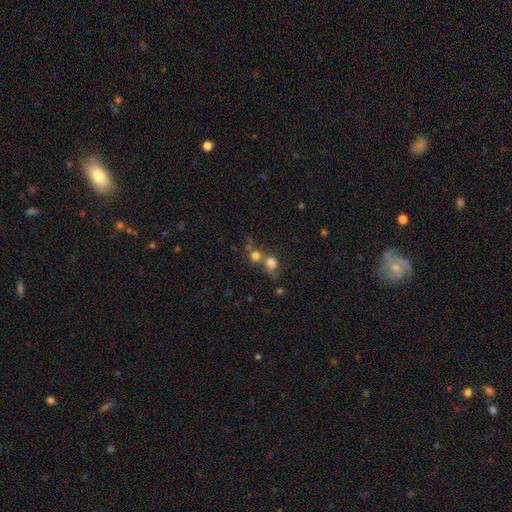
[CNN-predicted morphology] A smooth galaxy with no disk features (74%) that is round (82%). Merging: merger (47%).